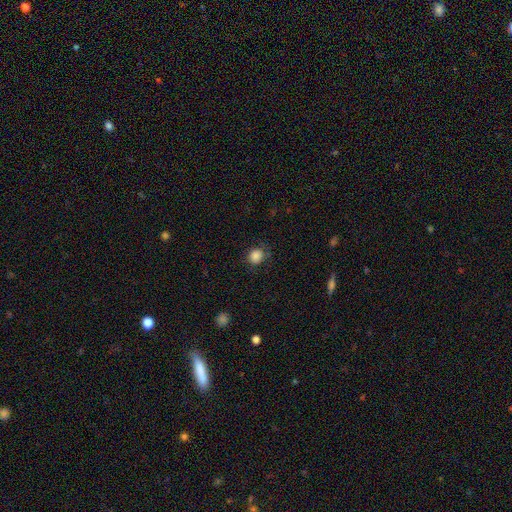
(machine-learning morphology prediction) This is clearly a smooth galaxy (86%). How rounded: likely round (78%). Merging: likely none (78%).